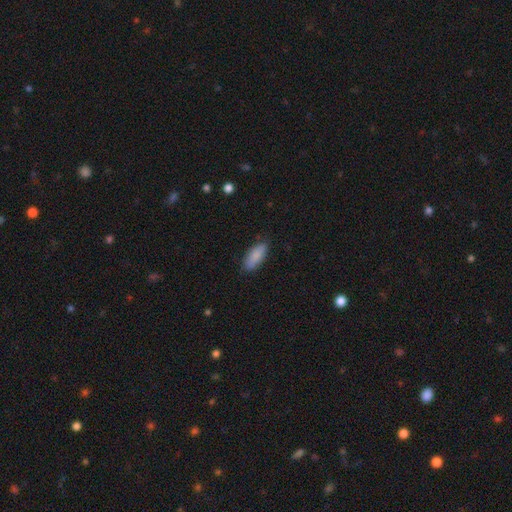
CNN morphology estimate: Smooth or featured: smooth — 86% (featured or disk — 8%)
How rounded: in between — 78% (cigar-shaped — 21%)
Merging: none — 82% (minor disturbance — 14%)